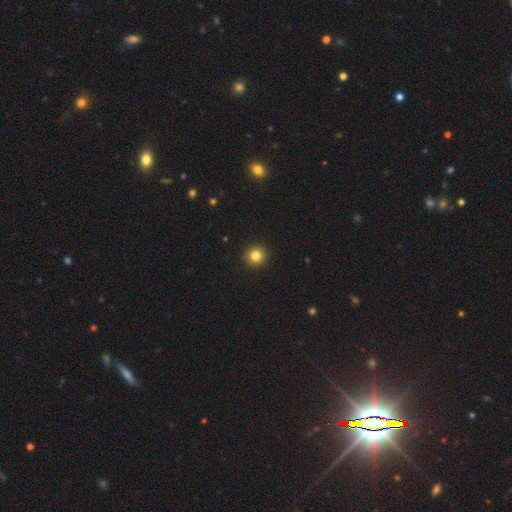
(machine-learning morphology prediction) smooth-or-featured: smooth: 83% | star or artifact: 11% | featured or disk: 6%
  how-rounded: round: 95% | in between: 5% | cigar-shaped: 1%
  merging: none: 93% | minor disturbance: 4% | major disturbance: 1% | merger: 1%